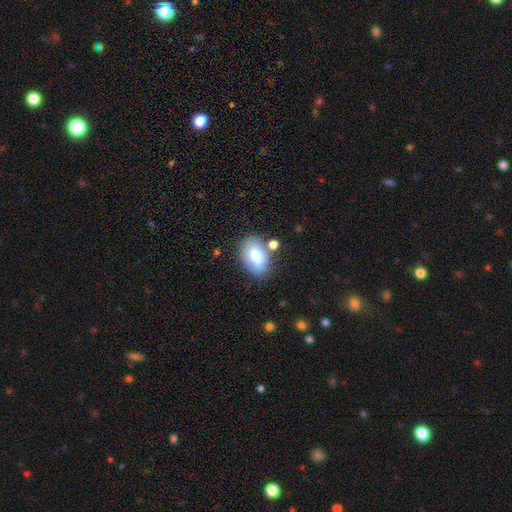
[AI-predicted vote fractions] Smooth or featured: smooth — 74% (featured or disk — 18%)
How rounded: in between — 87% (round — 12%)
Merging: none — 70% (minor disturbance — 16%)